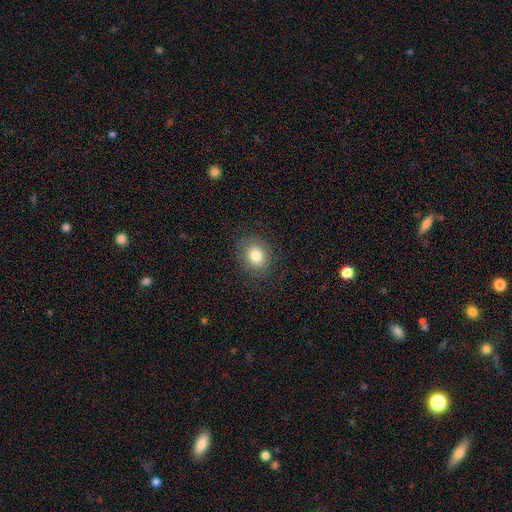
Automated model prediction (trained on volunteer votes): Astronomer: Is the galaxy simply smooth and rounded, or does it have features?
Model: smooth — 81%.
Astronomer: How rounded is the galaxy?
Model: round — 63%.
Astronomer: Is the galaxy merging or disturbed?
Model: none — 85%.